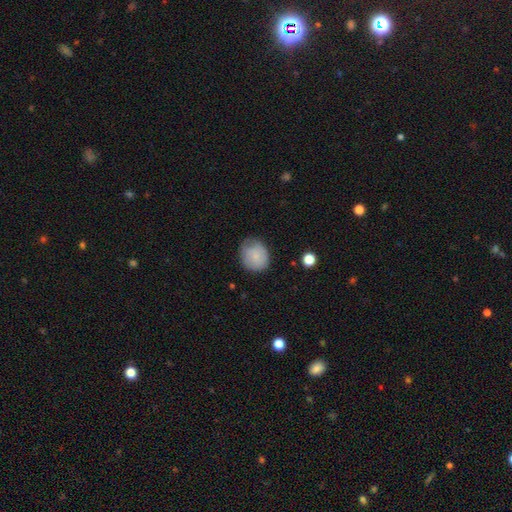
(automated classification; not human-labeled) smooth_or_featured: smooth (p=0.82) [alt: featured or disk p=0.11]
how_rounded: round (p=0.68) [alt: in between p=0.31]
merging: none (p=0.65) [alt: minor disturbance p=0.27]